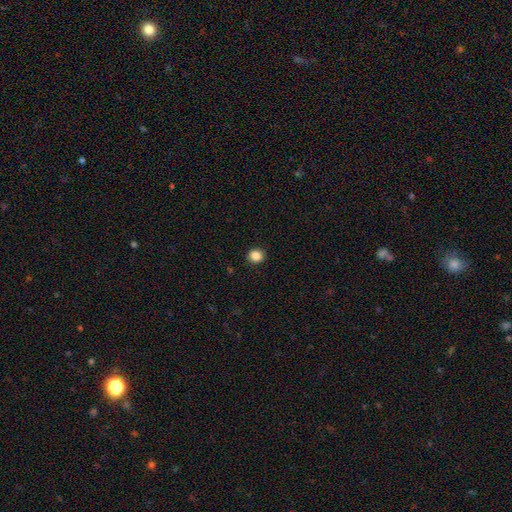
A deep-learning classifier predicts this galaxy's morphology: This is clearly a smooth galaxy (86%). How rounded: likely round (79%). Merging: clearly none (92%).